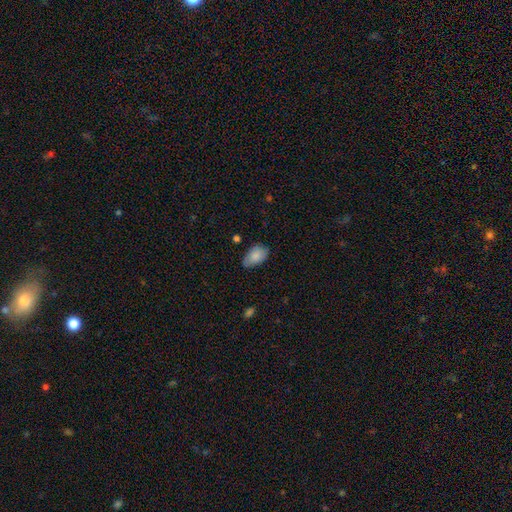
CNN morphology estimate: Smooth or featured? Predicted: smooth (p=0.84). How rounded? Predicted: in between (p=0.92). Merging? Predicted: none (p=0.65).